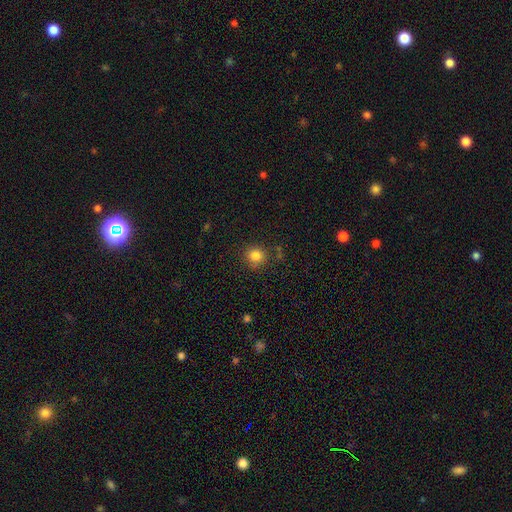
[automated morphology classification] Overall: smooth (83%). How rounded: round (90%). Merging: none (82%).